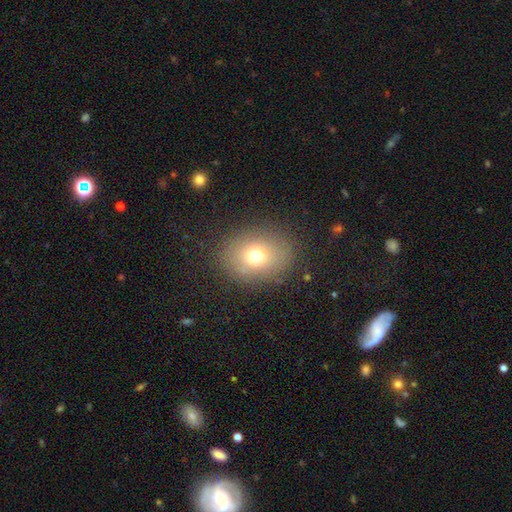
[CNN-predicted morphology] smooth-or-featured: smooth: 71% | featured or disk: 15% | star or artifact: 14%
  how-rounded: in between: 52% | round: 47% | cigar-shaped: 1%
  merging: none: 83% | minor disturbance: 11% | major disturbance: 5% | merger: 1%